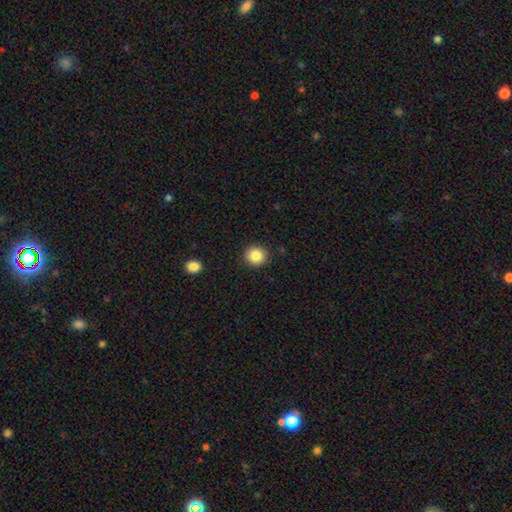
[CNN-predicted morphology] Overall: smooth (86%). How rounded: round (91%). Merging: none (91%).